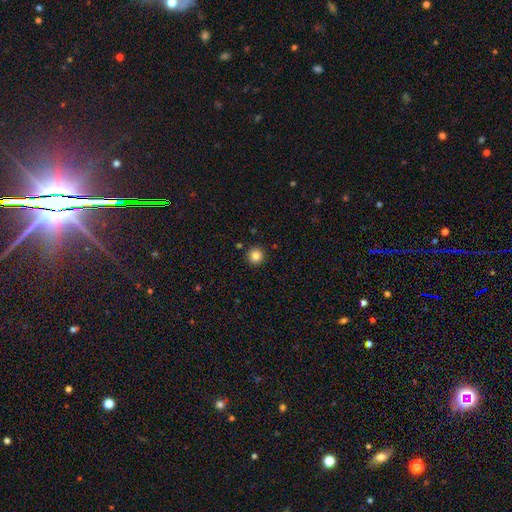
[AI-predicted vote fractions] The model was most divided on "smooth or featured": smooth: 85%, star or artifact: 11%, featured or disk: 4%. More confident: how rounded — round (96%); merging — none (92%).